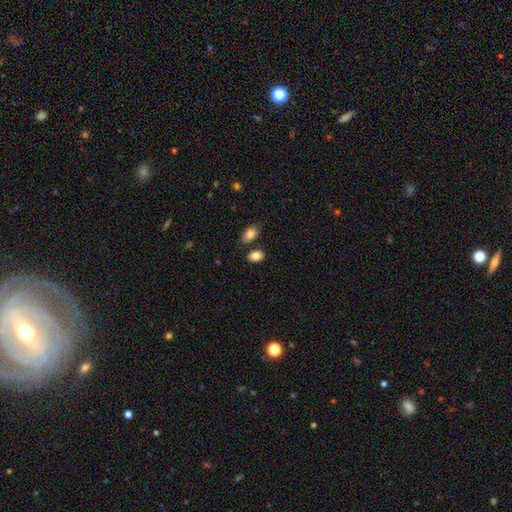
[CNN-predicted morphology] type=smooth (86%); roundness=in between (87%); merging=none (74%).